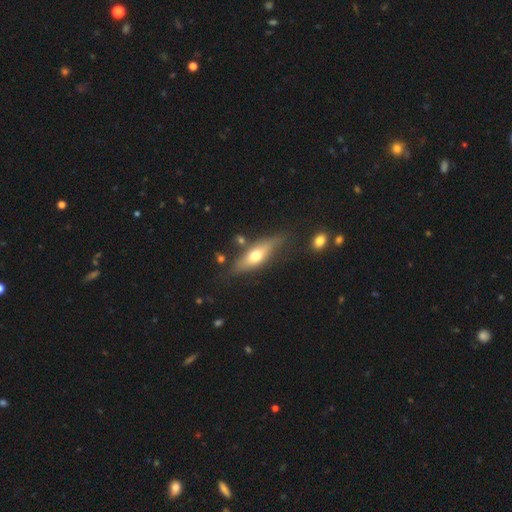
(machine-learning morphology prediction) Smooth or featured? smooth (53%)
How rounded? in between (50%)
Merging? none (67%)